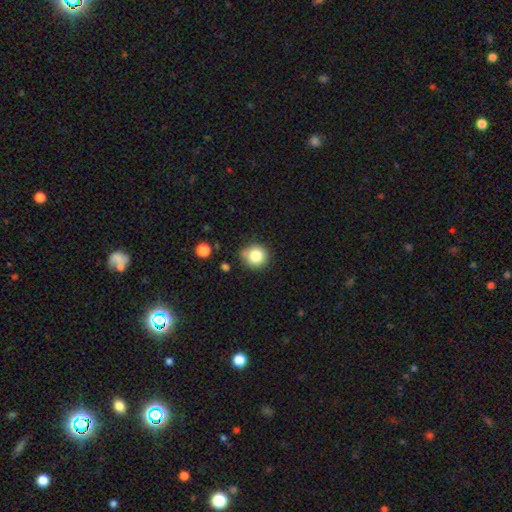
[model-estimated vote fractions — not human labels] Smooth or featured?
  - smooth: 82% *
  - star or artifact: 11%
  - featured or disk: 7%
How rounded?
  - round: 90% *
  - in between: 9%
  - cigar-shaped: 1%
Merging?
  - none: 78% *
  - minor disturbance: 15%
  - merger: 5%
  - major disturbance: 3%